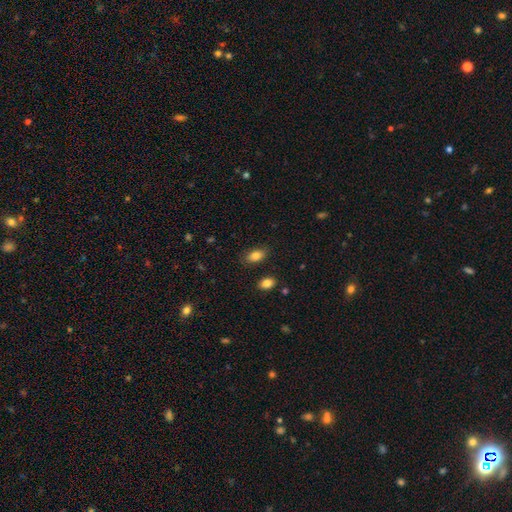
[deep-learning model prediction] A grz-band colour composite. It shows a smooth galaxy with no disk features (84%) that is in between round and cigar-shaped (91%). Merging: none (83%).